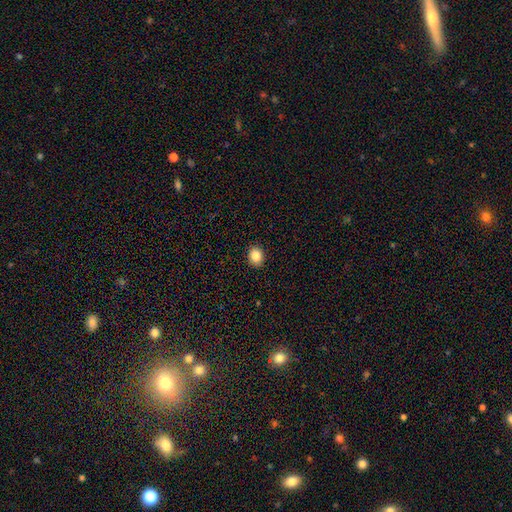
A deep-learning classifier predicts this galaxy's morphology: smooth_or_featured: smooth (p=0.86) [alt: star or artifact p=0.09]
how_rounded: round (p=0.53) [alt: in between p=0.46]
merging: none (p=0.91) [alt: minor disturbance p=0.07]